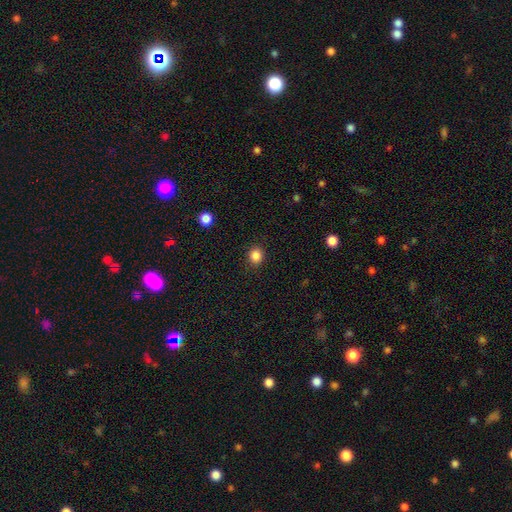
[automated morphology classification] smooth_or_featured: smooth (p=0.86) [alt: star or artifact p=0.11]
how_rounded: round (p=0.78) [alt: in between p=0.21]
merging: none (p=0.90) [alt: minor disturbance p=0.07]